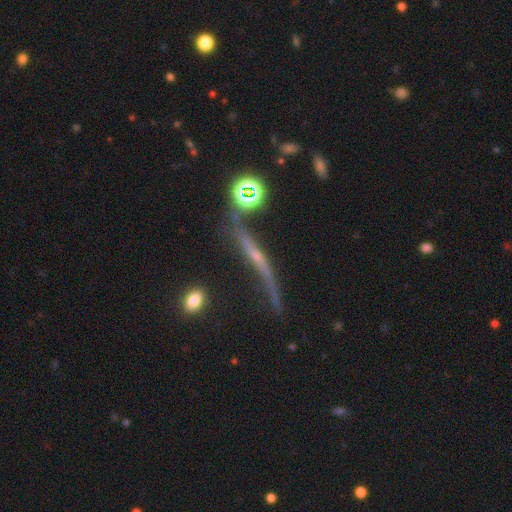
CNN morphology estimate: Smooth or featured? featured or disk (74%)
Edge-on disk? yes (72%)
Edge-on bulge? rounded (56%)
Merging? none (52%)